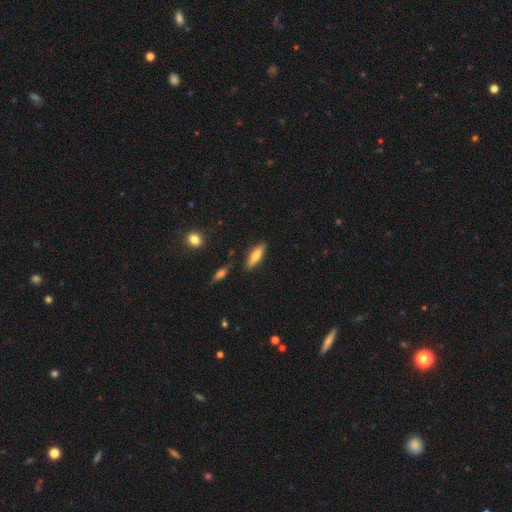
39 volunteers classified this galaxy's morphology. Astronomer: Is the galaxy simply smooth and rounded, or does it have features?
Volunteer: smooth — 64%.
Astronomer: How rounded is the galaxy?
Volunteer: cigar-shaped — 72%.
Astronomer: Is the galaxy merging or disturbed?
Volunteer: none — 84%.